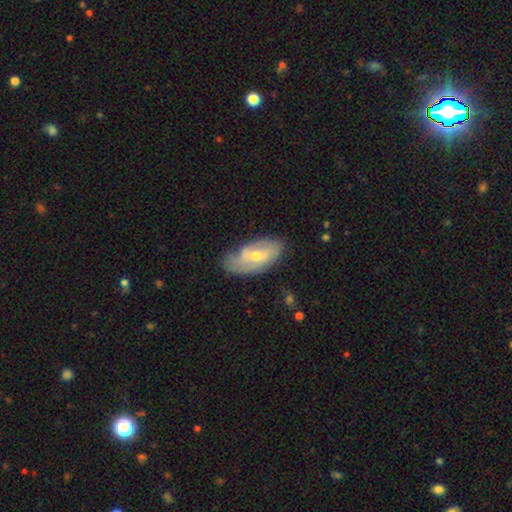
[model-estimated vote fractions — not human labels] A featured or disk galaxy (66%) with a weak bar (45%), spiral arms (73%) and a moderate central bulge (51%). Merging: none (61%).